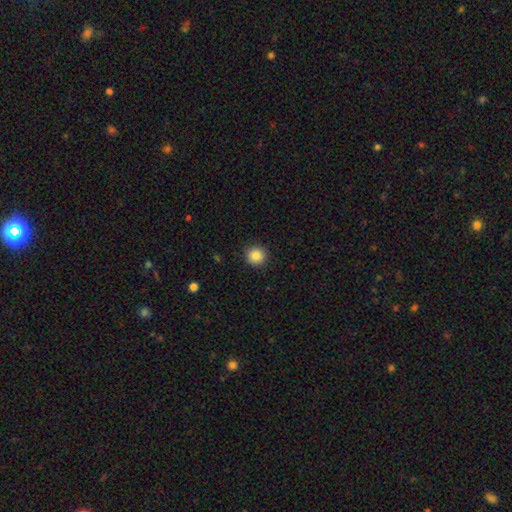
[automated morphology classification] Smooth or featured: smooth — 87% (star or artifact — 10%)
How rounded: round — 93% (in between — 6%)
Merging: none — 91% (minor disturbance — 6%)